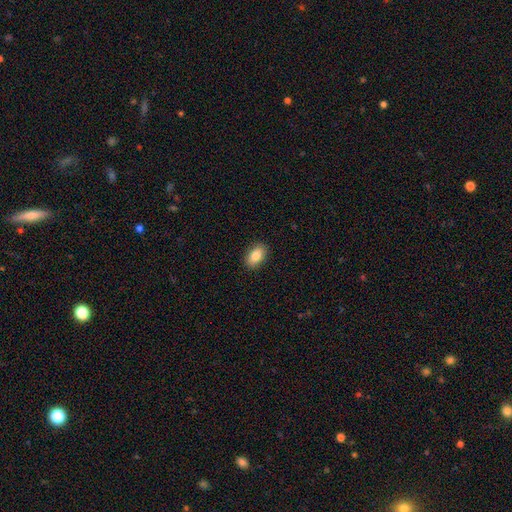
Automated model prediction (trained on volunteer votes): Smooth or featured?
  - smooth: 83% *
  - featured or disk: 9%
  - star or artifact: 7%
How rounded?
  - in between: 90% *
  - round: 8%
  - cigar-shaped: 2%
Merging?
  - none: 89% *
  - minor disturbance: 8%
  - major disturbance: 2%
  - merger: 1%